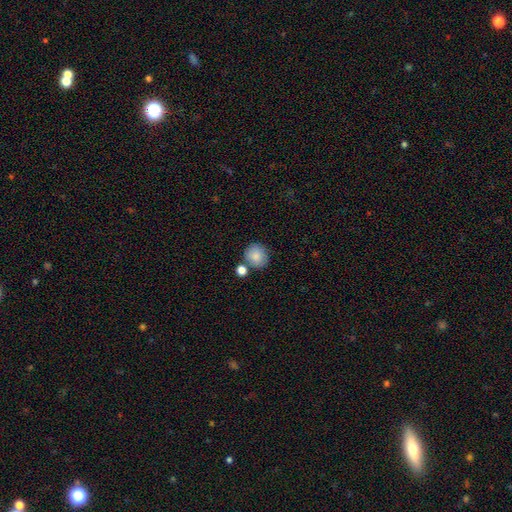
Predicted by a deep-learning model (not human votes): smooth_or_featured: smooth (p=0.85) [alt: star or artifact p=0.08]
how_rounded: round (p=0.83) [alt: in between p=0.16]
merging: none (p=0.68) [alt: merger p=0.17]